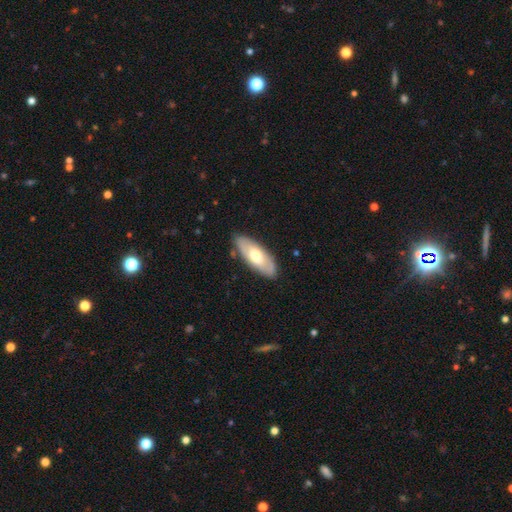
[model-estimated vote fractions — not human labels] Smooth or featured? smooth (53%)
How rounded? in between (81%)
Merging? none (84%)